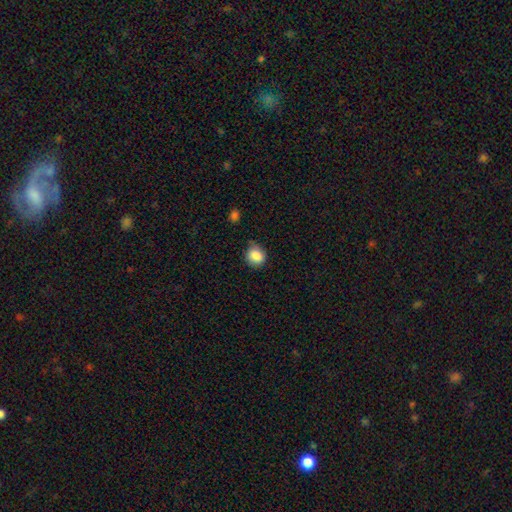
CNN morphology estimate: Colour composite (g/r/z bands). It shows a smooth galaxy with no disk features (86%) that is round (78%). Merging: none (70%).